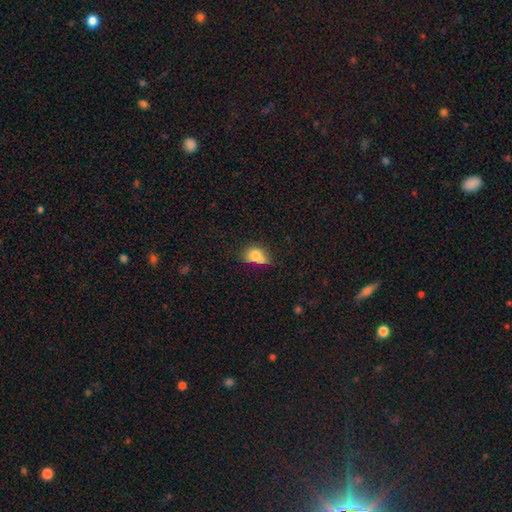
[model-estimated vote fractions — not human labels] This is likely a smooth galaxy (75%). How rounded: possibly in between (51%). Merging: marginally none (37%).